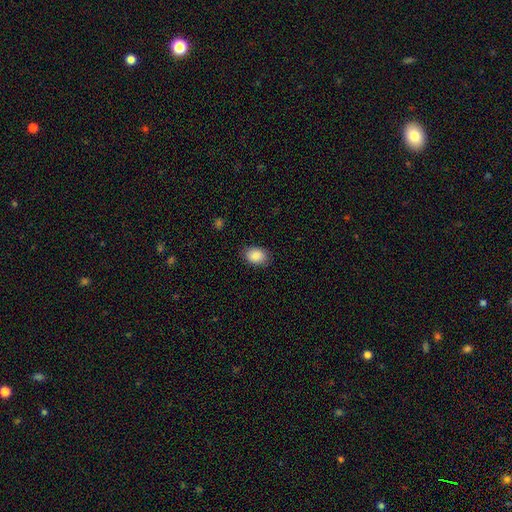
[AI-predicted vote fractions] Smooth or featured?
  - smooth: 87% *
  - star or artifact: 7%
  - featured or disk: 6%
How rounded?
  - in between: 78% *
  - round: 21%
  - cigar-shaped: 1%
Merging?
  - none: 86% *
  - minor disturbance: 11%
  - major disturbance: 2%
  - merger: 1%